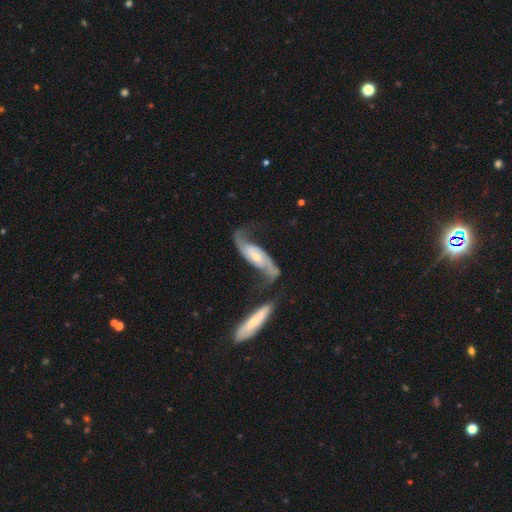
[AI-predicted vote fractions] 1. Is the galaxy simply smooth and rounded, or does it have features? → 86% featured or disk, 9% smooth, 5% star or artifact.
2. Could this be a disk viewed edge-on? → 90% no, 10% yes.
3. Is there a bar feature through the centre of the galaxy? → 42% weak, 37% no, 21% strong.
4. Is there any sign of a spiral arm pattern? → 96% yes, 4% no.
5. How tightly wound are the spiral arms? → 66% loose, 26% medium, 8% tight.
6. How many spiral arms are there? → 92% 2, 3% can't tell, 2% 1, 1% 3, 1% 4, 1% more than 4.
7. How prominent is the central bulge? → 45% small, 39% moderate, 7% none, 7% large, 2% dominant.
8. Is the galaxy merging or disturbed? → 46% none, 22% merger, 18% minor disturbance, 15% major disturbance.